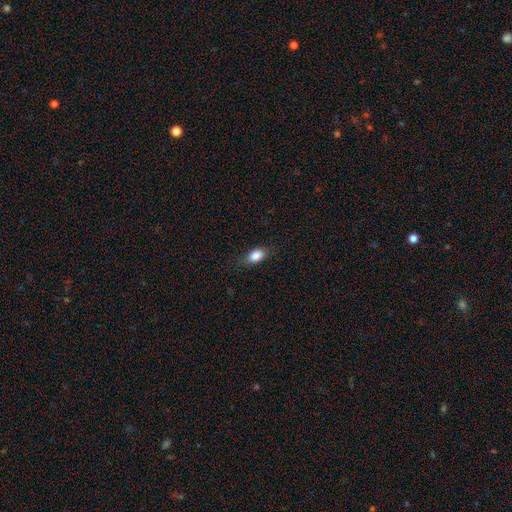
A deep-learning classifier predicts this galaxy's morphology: smooth_or_featured: smooth (p=0.84) [alt: star or artifact p=0.08]
how_rounded: in between (p=0.82) [alt: round p=0.12]
merging: none (p=0.78) [alt: minor disturbance p=0.17]